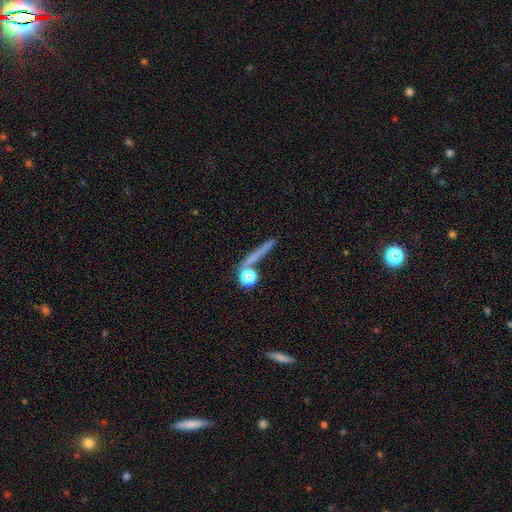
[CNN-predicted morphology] Smooth or featured: smooth — 52% (featured or disk — 27%)
How rounded: cigar-shaped — 68% (round — 22%)
Merging: none — 73% (merger — 11%)